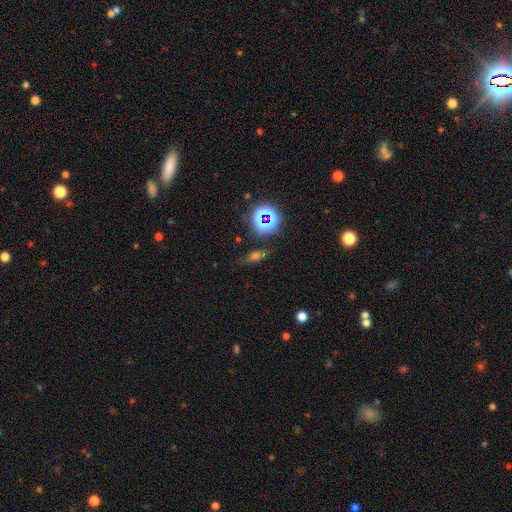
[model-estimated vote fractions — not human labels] This appears to be a smooth galaxy with no disk features (42%). Merging: none (80%).